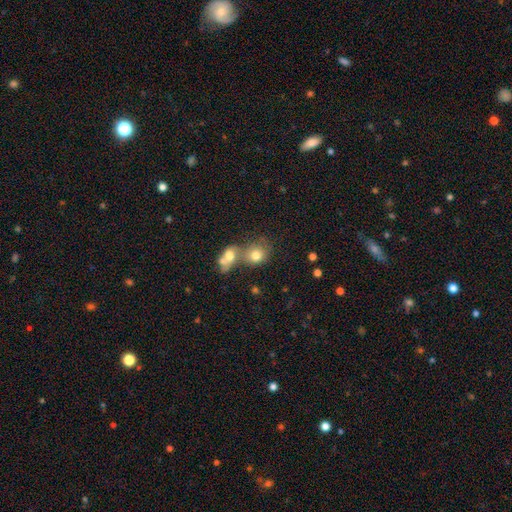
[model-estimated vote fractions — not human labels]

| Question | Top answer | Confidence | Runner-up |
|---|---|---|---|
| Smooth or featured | smooth | 74% | featured or disk (14%) |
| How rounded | round | 70% | in between (29%) |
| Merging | merger | 56% | none (30%) |